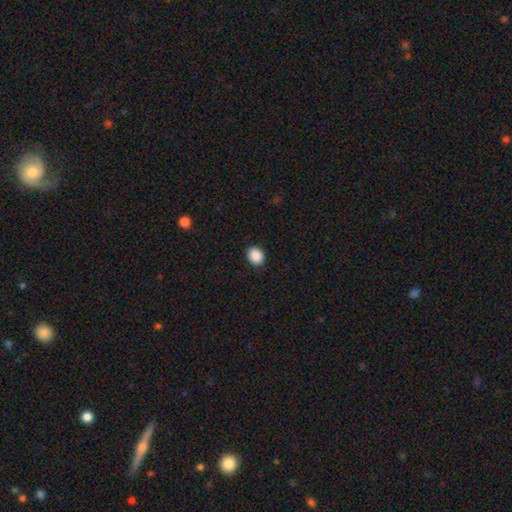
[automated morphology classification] Smooth or featured?
  - smooth: 89% *
  - star or artifact: 8%
  - featured or disk: 3%
How rounded?
  - round: 57% *
  - in between: 43%
  - cigar-shaped: 1%
Merging?
  - none: 89% *
  - minor disturbance: 8%
  - major disturbance: 2%
  - merger: 1%